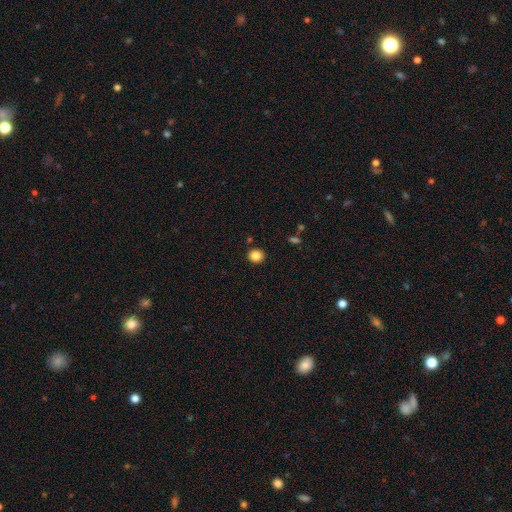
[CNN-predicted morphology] Smooth or featured? Predicted: smooth (p=0.85). How rounded? Predicted: round (p=0.82). Merging? Predicted: none (p=0.89).